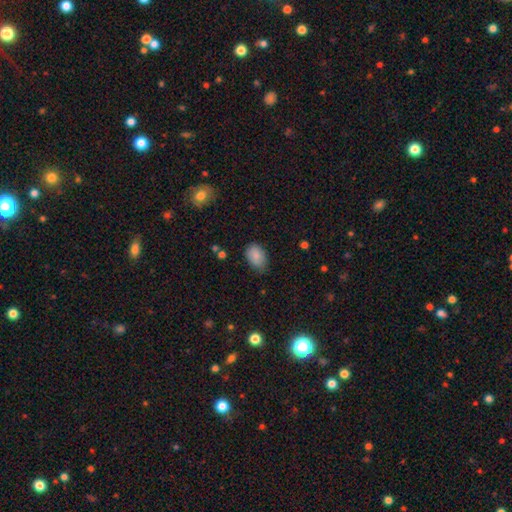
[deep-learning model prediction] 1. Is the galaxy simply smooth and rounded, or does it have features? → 85% smooth, 8% star or artifact, 7% featured or disk.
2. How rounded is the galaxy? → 83% in between, 16% round, 1% cigar-shaped.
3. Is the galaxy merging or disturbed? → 68% none, 26% minor disturbance, 4% major disturbance, 2% merger.